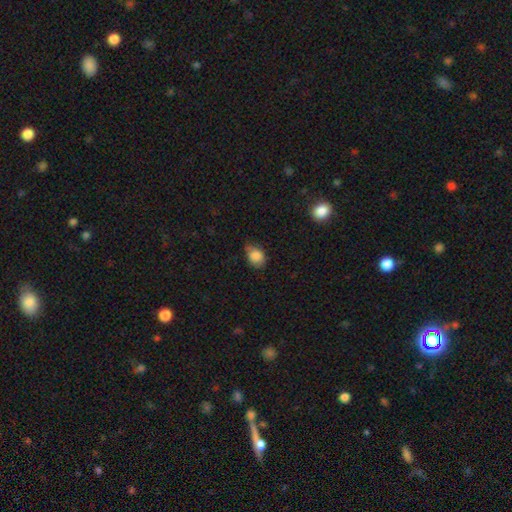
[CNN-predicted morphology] This appears to be a smooth galaxy with no disk features (85%) that is in between round and cigar-shaped (66%). Merging: none (51%).